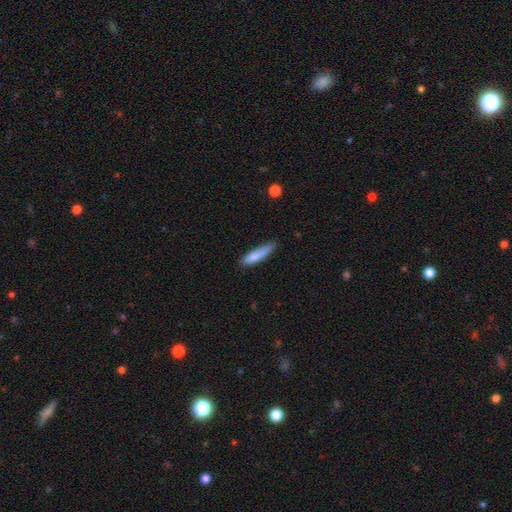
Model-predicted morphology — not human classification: Overall: smooth (82%). How rounded: cigar-shaped (78%). Merging: none (67%).